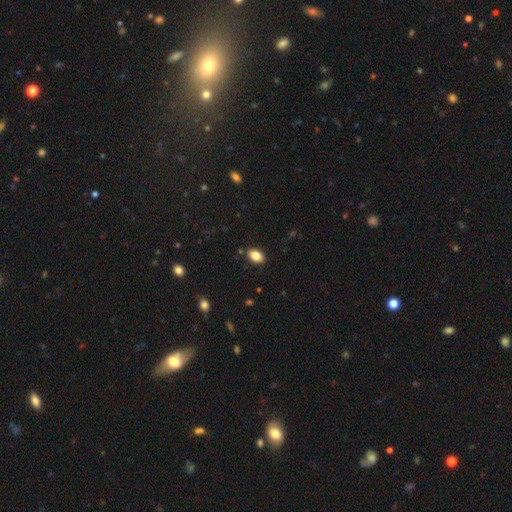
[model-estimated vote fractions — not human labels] Smooth or featured: smooth — 85% (star or artifact — 9%)
How rounded: in between — 88% (round — 11%)
Merging: none — 86% (minor disturbance — 10%)